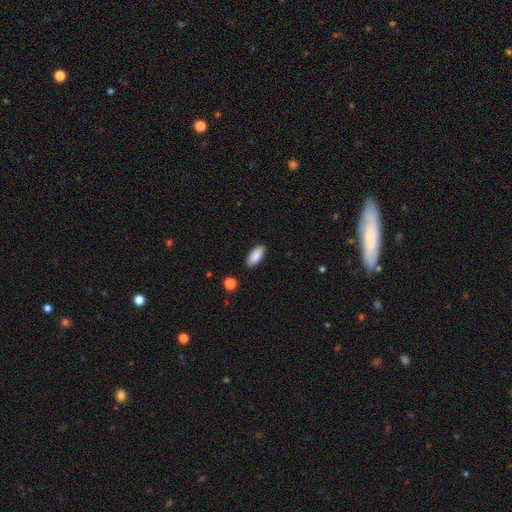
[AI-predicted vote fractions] Morphology: type=smooth (89%); roundness=in between (86%); merging=none (88%).